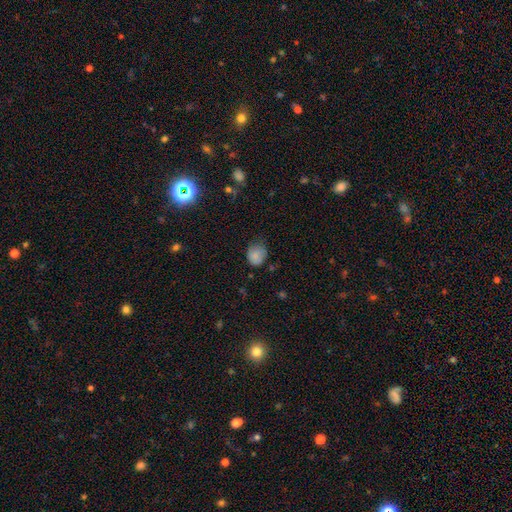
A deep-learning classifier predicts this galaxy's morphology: This is clearly a smooth galaxy (82%). How rounded: likely round (65%). Merging: possibly none (60%).